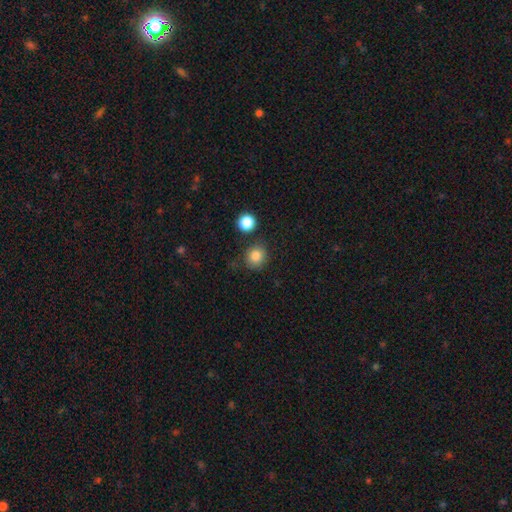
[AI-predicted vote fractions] Q: Smooth or featured?
A: smooth (85%); runner-up: star or artifact (11%)
Q: How rounded?
A: round (86%); runner-up: in between (13%)
Q: Merging?
A: none (79%); runner-up: minor disturbance (11%)